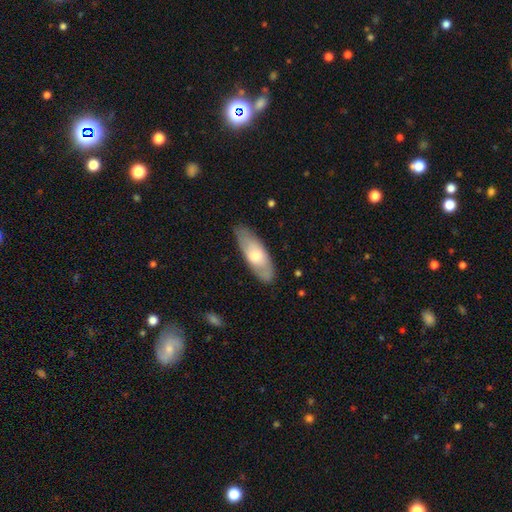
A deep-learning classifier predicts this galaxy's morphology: A smooth galaxy with no disk features (57%) that is in between round and cigar-shaped (69%). Merging: none (81%).